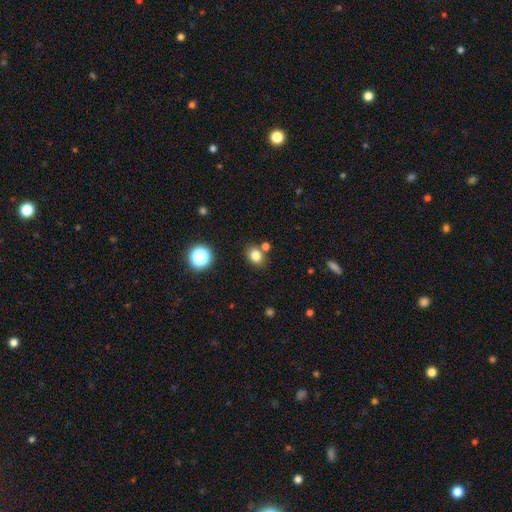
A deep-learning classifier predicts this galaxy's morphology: A smooth galaxy with no disk features (80%) that is round (50%).

Vote fractions:
- Smooth or featured? smooth: 80% / star or artifact: 14% / featured or disk: 6%
- How rounded? round: 50% / in between: 49% / cigar-shaped: 1%
- Merging? none: 73% / merger: 12% / minor disturbance: 11% / major disturbance: 3%